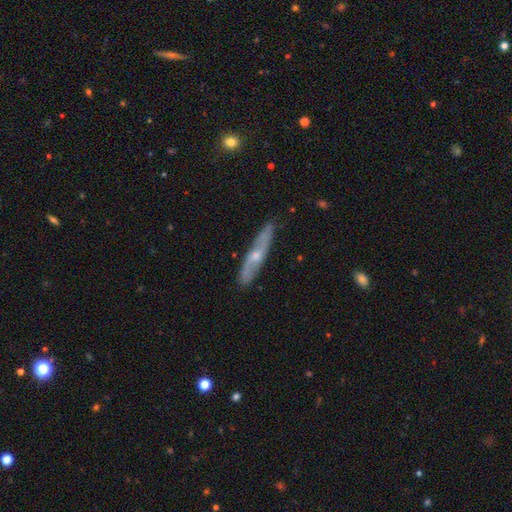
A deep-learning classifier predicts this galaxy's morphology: featured or disk 66%, smooth 28%, star or artifact 7%. Down the decision tree: edge-on disk — yes (62%); merging — none (86%).